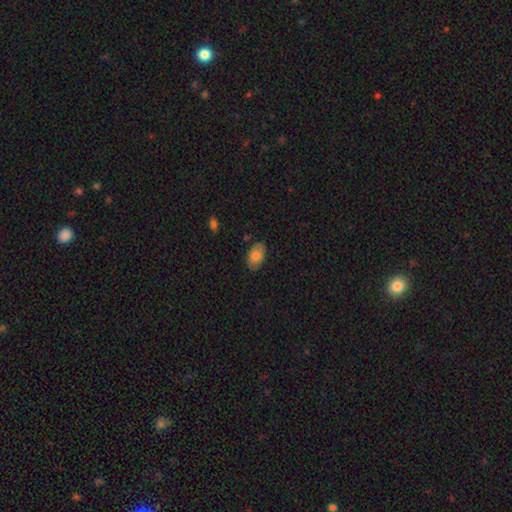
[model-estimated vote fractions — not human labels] Q: Smooth or featured?
A: smooth (80%); runner-up: featured or disk (13%)
Q: How rounded?
A: in between (92%); runner-up: round (7%)
Q: Merging?
A: none (83%); runner-up: minor disturbance (14%)